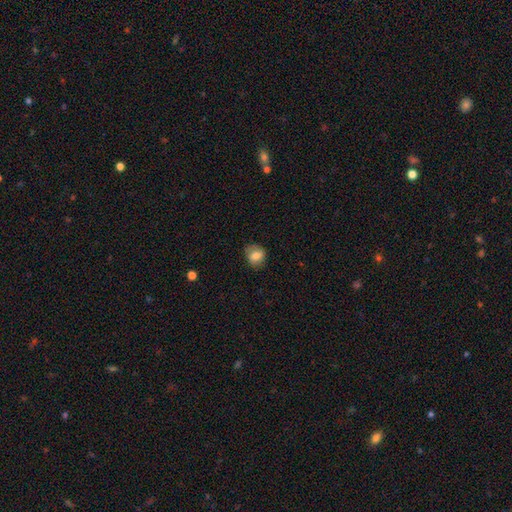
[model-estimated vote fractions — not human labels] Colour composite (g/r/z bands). It shows a smooth galaxy with no disk features (75%) that is round (62%). Merging: none (70%).